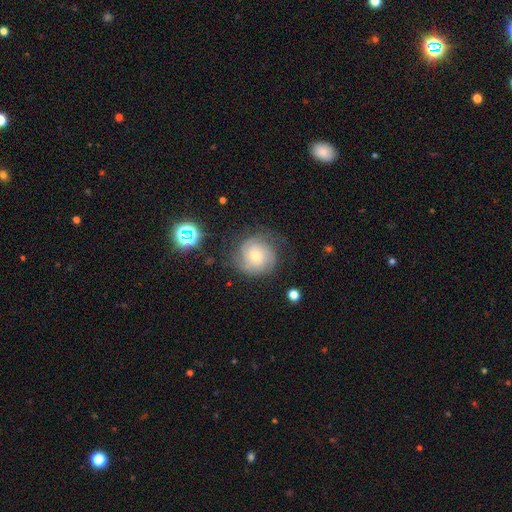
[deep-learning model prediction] Q: Smooth or featured?
A: featured or disk (70%); runner-up: smooth (22%)
Q: Edge-on disk?
A: no (98%); runner-up: yes (2%)
Q: Bar?
A: no (75%); runner-up: weak (22%)
Q: Spiral arms?
A: yes (93%); runner-up: no (7%)
Q: Spiral winding?
A: tight (66%); runner-up: medium (27%)
Q: Spiral arm count?
A: can't tell (35%); runner-up: 3 (23%)
Q: Bulge size?
A: small (52%); runner-up: moderate (42%)
Q: Merging?
A: none (68%); runner-up: minor disturbance (20%)